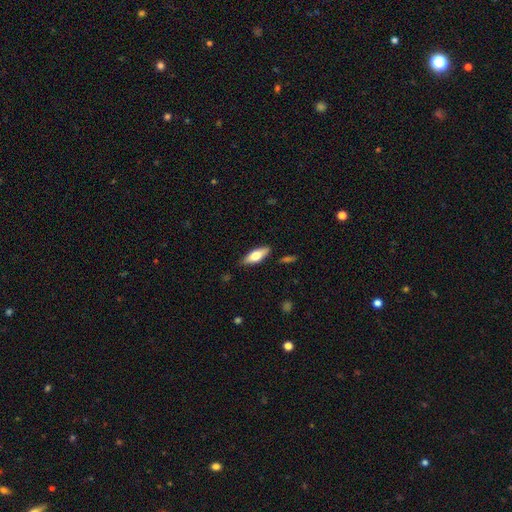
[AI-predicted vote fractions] Smooth or featured? Predicted: smooth (p=0.59). How rounded? Predicted: in between (p=0.65). Merging? Predicted: none (p=0.83).